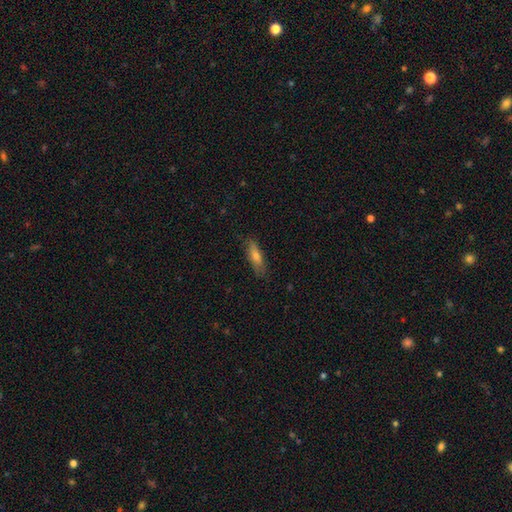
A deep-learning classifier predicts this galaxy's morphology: Smooth or featured? smooth (65%)
How rounded? cigar-shaped (59%)
Merging? none (81%)